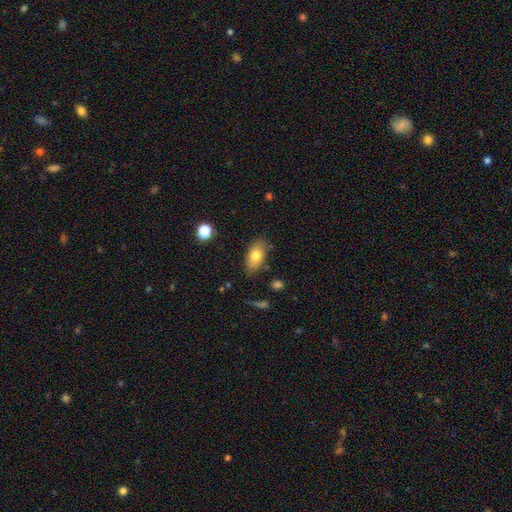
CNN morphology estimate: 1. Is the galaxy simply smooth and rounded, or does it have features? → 77% smooth, 15% featured or disk, 8% star or artifact.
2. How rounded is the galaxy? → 91% in between, 6% round, 3% cigar-shaped.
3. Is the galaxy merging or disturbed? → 80% none, 14% minor disturbance, 3% major disturbance, 2% merger.